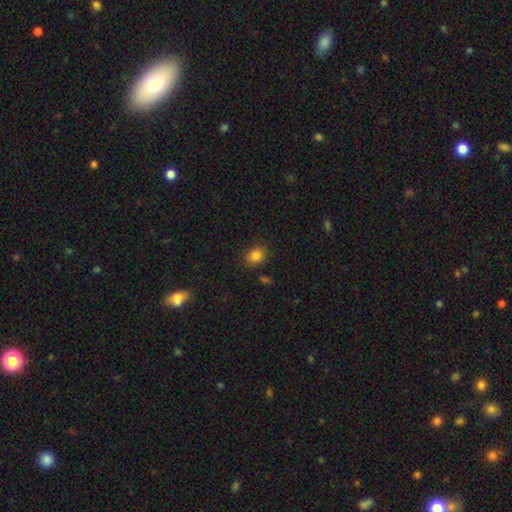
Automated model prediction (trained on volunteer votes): smooth_or_featured: smooth (p=0.84) [alt: star or artifact p=0.11]
how_rounded: round (p=0.54) [alt: in between p=0.45]
merging: none (p=0.84) [alt: minor disturbance p=0.11]